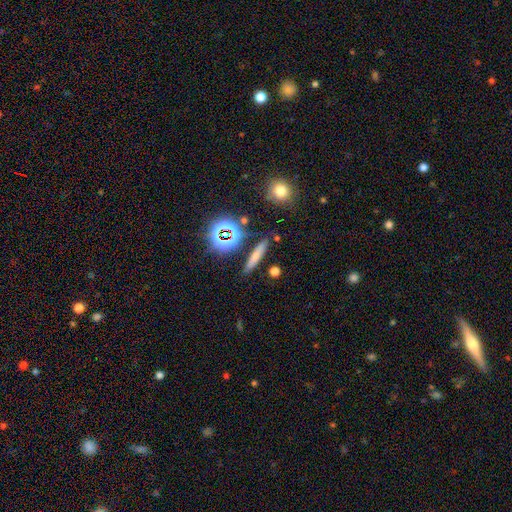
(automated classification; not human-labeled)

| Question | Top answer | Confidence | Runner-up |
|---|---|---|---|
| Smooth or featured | smooth | 63% | featured or disk (19%) |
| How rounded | cigar-shaped | 81% | in between (12%) |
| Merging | none | 85% | minor disturbance (8%) |